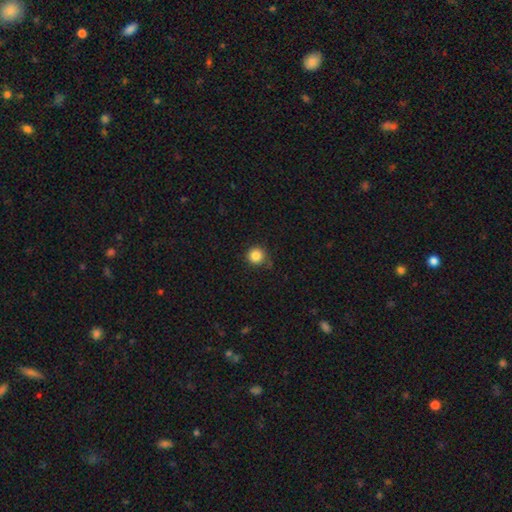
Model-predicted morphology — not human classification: Smooth or featured? Predicted: smooth (p=0.85). How rounded? Predicted: round (p=0.95). Merging? Predicted: none (p=0.83).